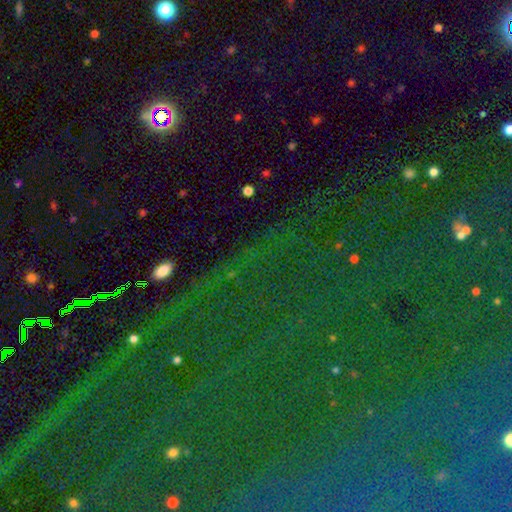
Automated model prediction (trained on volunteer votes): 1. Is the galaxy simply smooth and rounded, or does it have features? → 83% star or artifact, 9% smooth, 8% featured or disk.